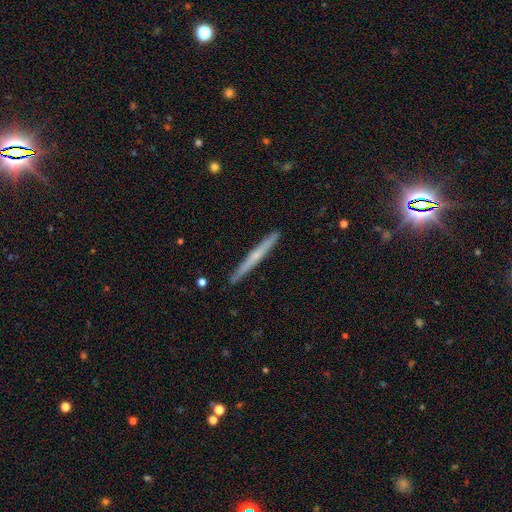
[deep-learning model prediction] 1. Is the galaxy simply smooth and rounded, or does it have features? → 55% featured or disk, 39% smooth, 6% star or artifact.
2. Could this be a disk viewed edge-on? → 97% yes, 3% no.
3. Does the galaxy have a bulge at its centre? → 55% none, 41% rounded, 4% boxy.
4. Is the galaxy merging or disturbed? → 91% none, 7% minor disturbance, 1% major disturbance, 1% merger.